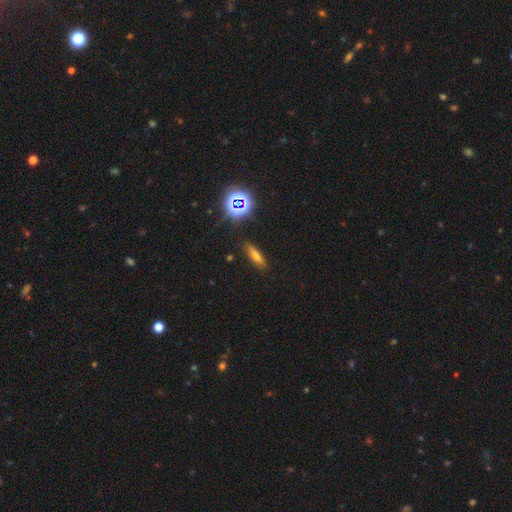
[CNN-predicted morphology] Smooth or featured: smooth — 59% (star or artifact — 21%)
How rounded: cigar-shaped — 66% (in between — 28%)
Merging: none — 87% (minor disturbance — 9%)